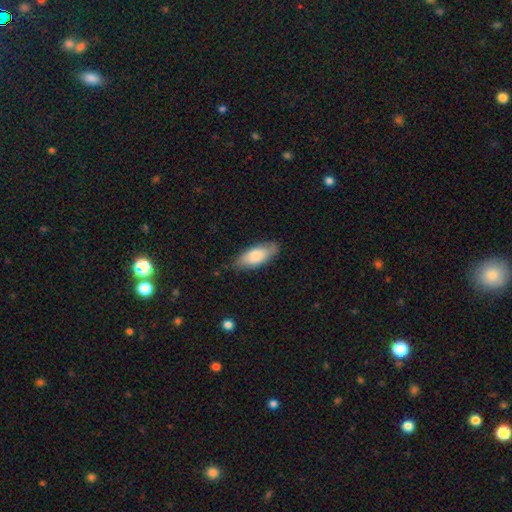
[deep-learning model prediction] Smooth or featured?
  - smooth: 78% *
  - featured or disk: 16%
  - star or artifact: 6%
How rounded?
  - in between: 81% *
  - cigar-shaped: 17%
  - round: 2%
Merging?
  - none: 77% *
  - minor disturbance: 18%
  - major disturbance: 3%
  - merger: 1%